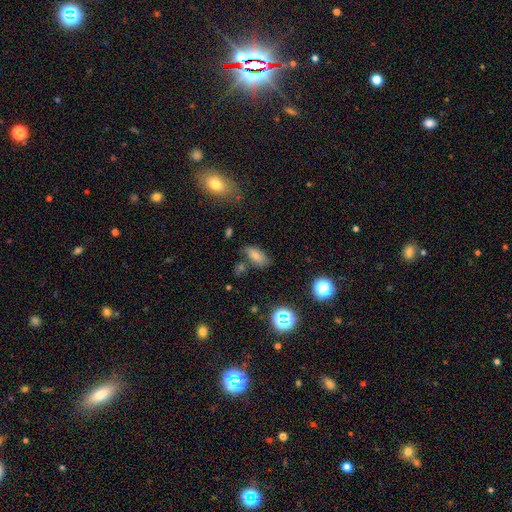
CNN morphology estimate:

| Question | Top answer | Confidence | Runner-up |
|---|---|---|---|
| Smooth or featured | smooth | 72% | star or artifact (14%) |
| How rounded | in between | 88% | cigar-shaped (7%) |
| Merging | none | 66% | minor disturbance (20%) |